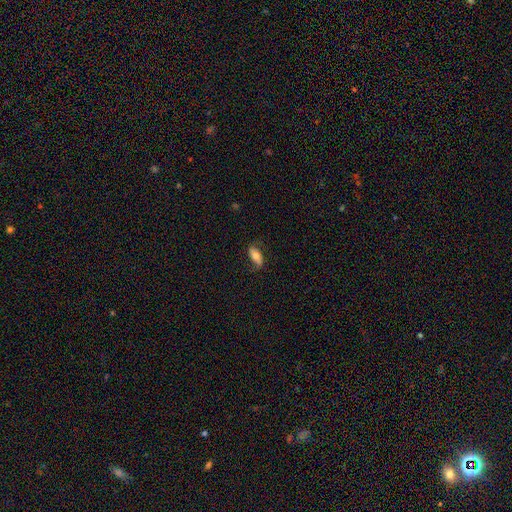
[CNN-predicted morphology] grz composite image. It shows a smooth galaxy with no disk features (51%) that is in between round and cigar-shaped (77%). Merging: none (70%).